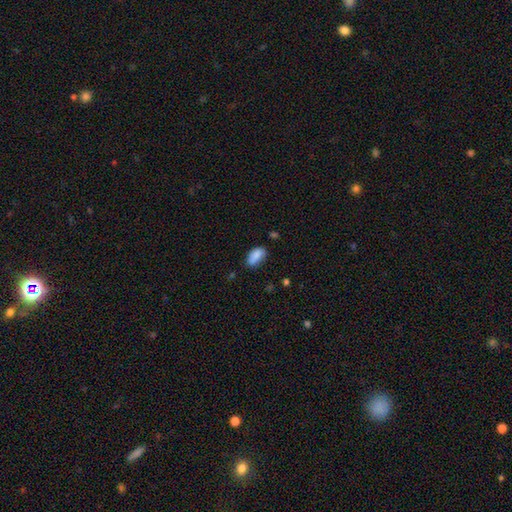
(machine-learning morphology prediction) A smooth galaxy with no disk features (82%) that is in between round and cigar-shaped (90%). Merging: none (63%).